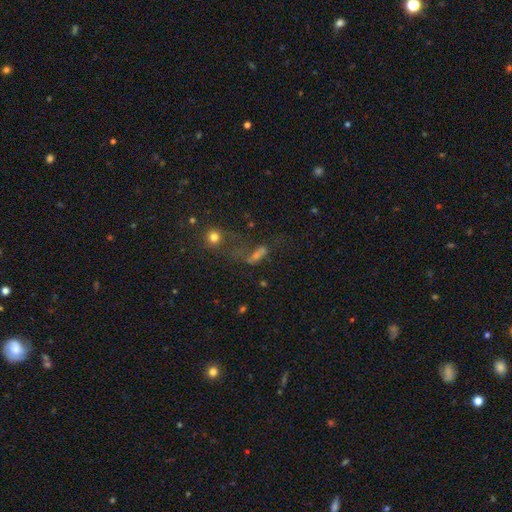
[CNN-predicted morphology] This appears to be a smooth galaxy with no disk features (39%). Merging: major disturbance (35%).